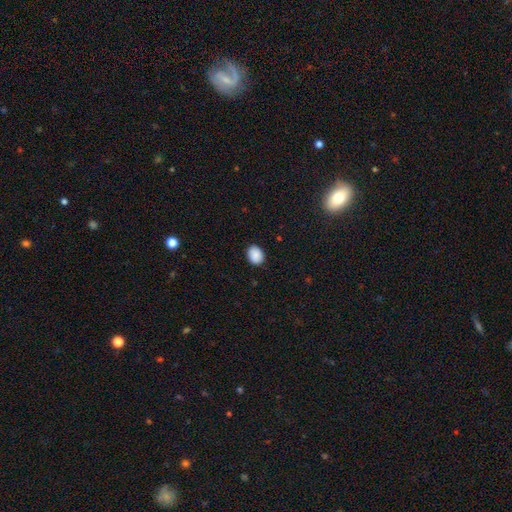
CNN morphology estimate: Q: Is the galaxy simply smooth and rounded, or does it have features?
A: smooth — 89%.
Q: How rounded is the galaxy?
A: in between — 55%.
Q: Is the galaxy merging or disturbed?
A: none — 87%.